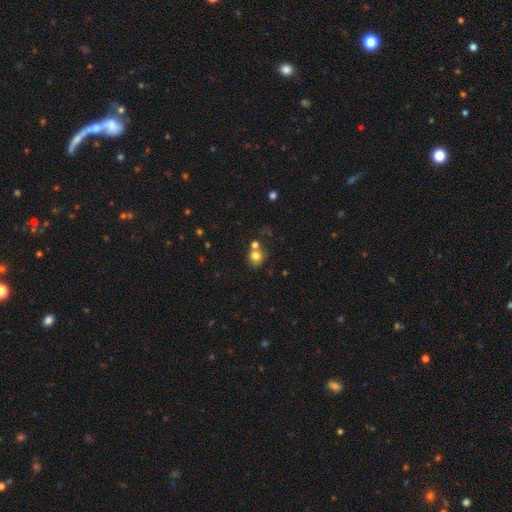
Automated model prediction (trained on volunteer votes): smooth-or-featured: smooth: 78% | star or artifact: 12% | featured or disk: 10%
  how-rounded: round: 81% | in between: 18% | cigar-shaped: 1%
  merging: none: 56% | merger: 30% | minor disturbance: 10% | major disturbance: 4%